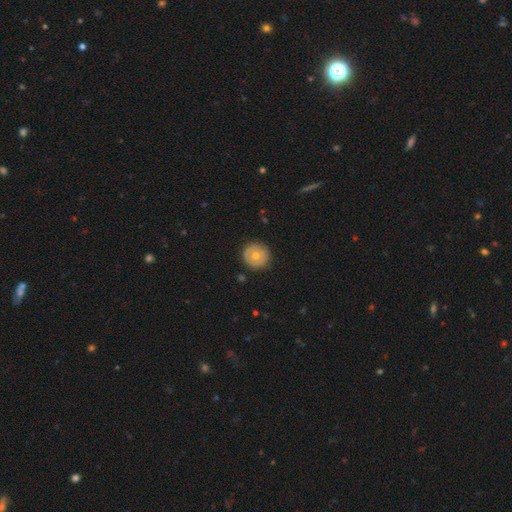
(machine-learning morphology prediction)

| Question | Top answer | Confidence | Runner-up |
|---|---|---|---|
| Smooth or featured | smooth | 55% | featured or disk (38%) |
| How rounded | round | 95% | in between (4%) |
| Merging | none | 88% | minor disturbance (8%) |